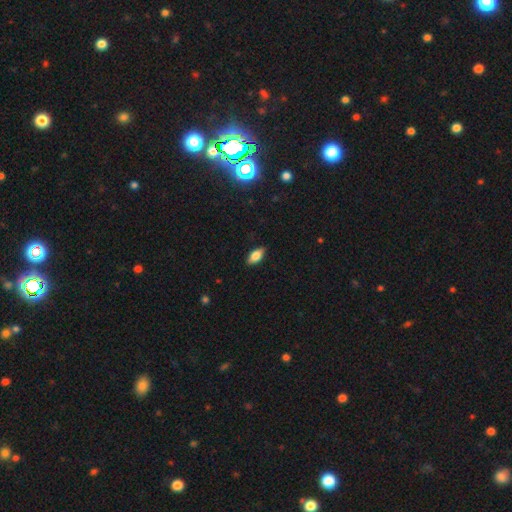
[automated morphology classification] smooth_or_featured: smooth (p=0.78) [alt: featured or disk p=0.14]
how_rounded: in between (p=0.88) [alt: cigar-shaped p=0.09]
merging: none (p=0.86) [alt: minor disturbance p=0.11]